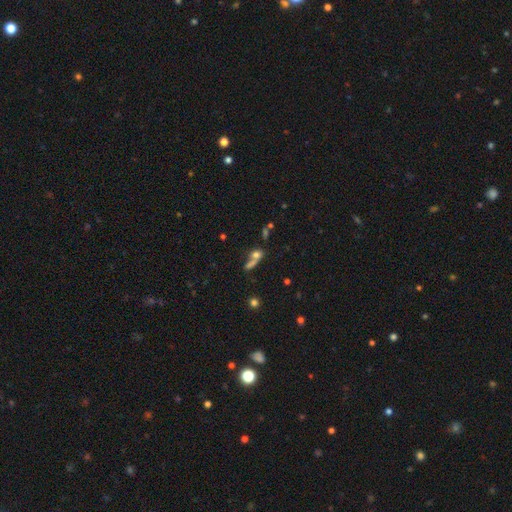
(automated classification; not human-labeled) The model was most divided on "merging": merger: 47%, none: 34%, major disturbance: 10%, minor disturbance: 9%. Remaining: smooth or featured — smooth (63%); how rounded — in between (48%).